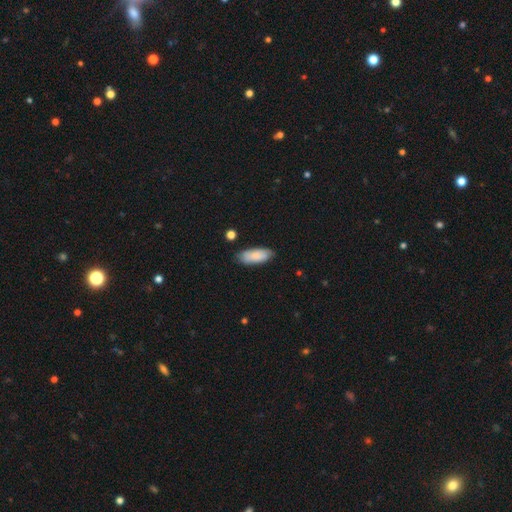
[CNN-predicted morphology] smooth 83%, featured or disk 11%, star or artifact 6%. Down the decision tree: how rounded — in between (80%); merging — none (80%).